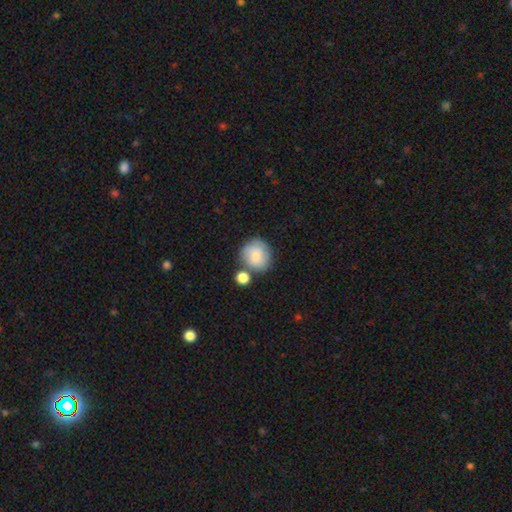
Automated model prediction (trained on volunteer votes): Overall: smooth (77%). How rounded: round (85%). Merging: none (61%).